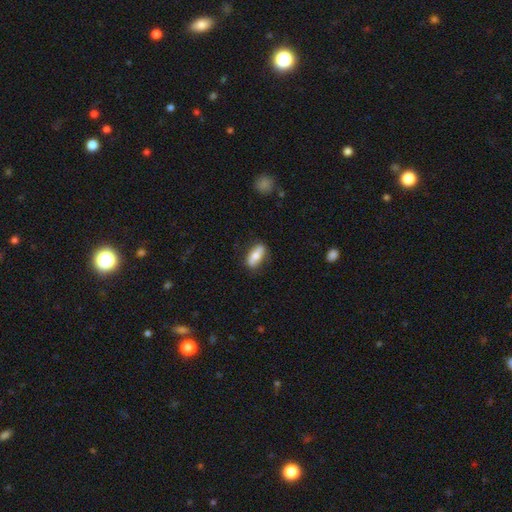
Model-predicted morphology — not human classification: This appears to be a smooth galaxy with no disk features (67%) that is in between round and cigar-shaped (78%). Merging: none (82%).